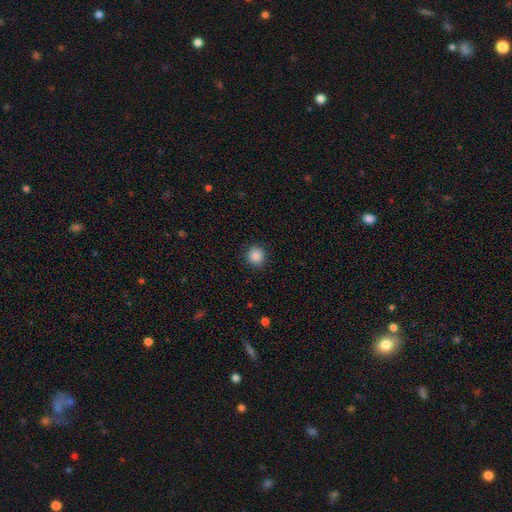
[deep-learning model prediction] Overall: smooth (88%). How rounded: round (93%). Merging: none (91%).